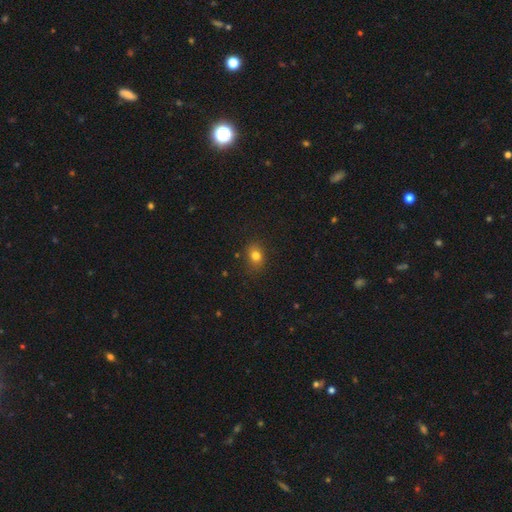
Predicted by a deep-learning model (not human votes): Morphology: type=smooth (78%); roundness=in between (57%); merging=none (82%).